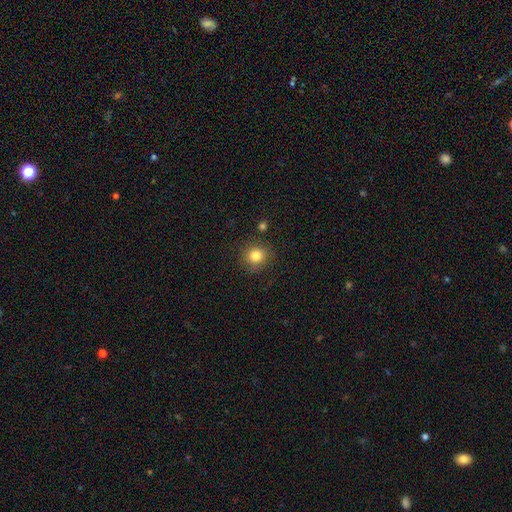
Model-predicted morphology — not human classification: Smooth or featured?
  - smooth: 82% *
  - star or artifact: 11%
  - featured or disk: 7%
How rounded?
  - round: 87% *
  - in between: 13%
  - cigar-shaped: 1%
Merging?
  - none: 85% *
  - minor disturbance: 9%
  - major disturbance: 3%
  - merger: 3%